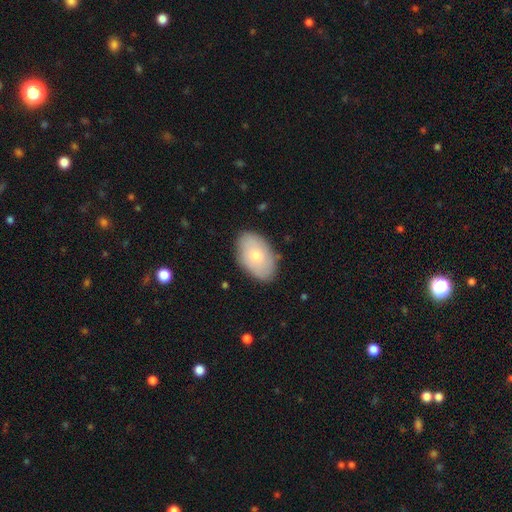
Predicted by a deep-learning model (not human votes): Overall: smooth (73%). How rounded: in between (92%). Merging: none (85%).